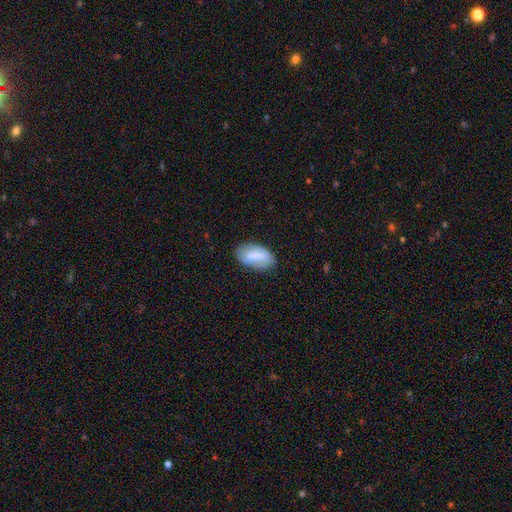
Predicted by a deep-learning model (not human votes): Smooth or featured? smooth (74%)
How rounded? in between (94%)
Merging? none (76%)